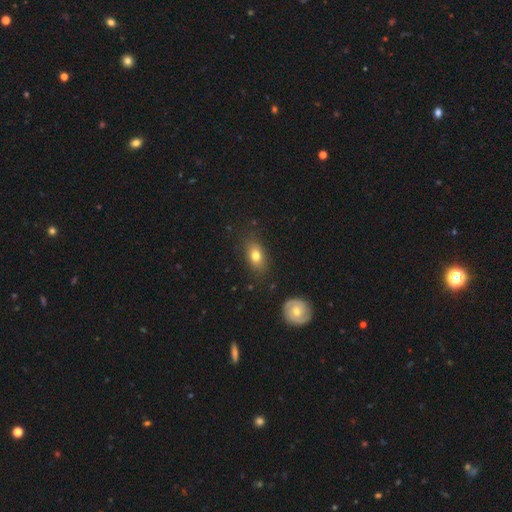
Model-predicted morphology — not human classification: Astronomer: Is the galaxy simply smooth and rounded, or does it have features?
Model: smooth — 75%.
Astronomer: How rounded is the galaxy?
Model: in between — 80%.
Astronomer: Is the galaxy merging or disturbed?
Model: none — 80%.